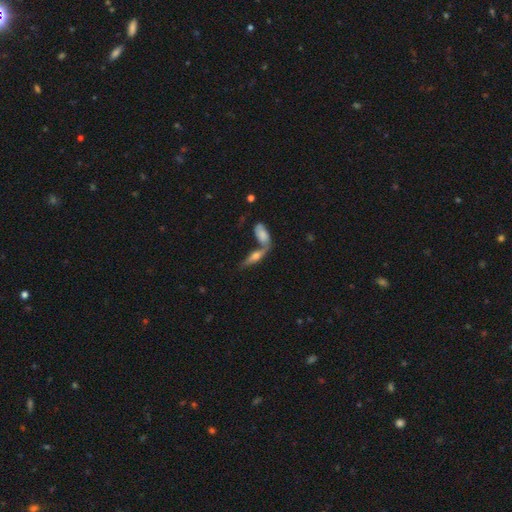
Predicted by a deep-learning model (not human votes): A featured or disk galaxy (54%) viewed edge-on (83%). Merging: none (44%).